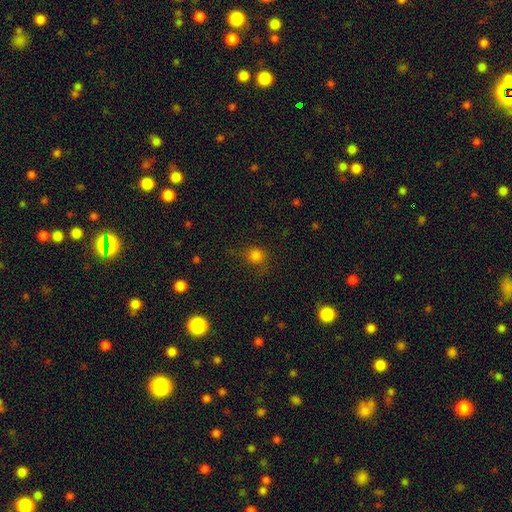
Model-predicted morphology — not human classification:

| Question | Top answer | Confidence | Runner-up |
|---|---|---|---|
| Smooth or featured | smooth | 78% | star or artifact (16%) |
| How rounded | round | 83% | in between (15%) |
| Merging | none | 69% | minor disturbance (19%) |